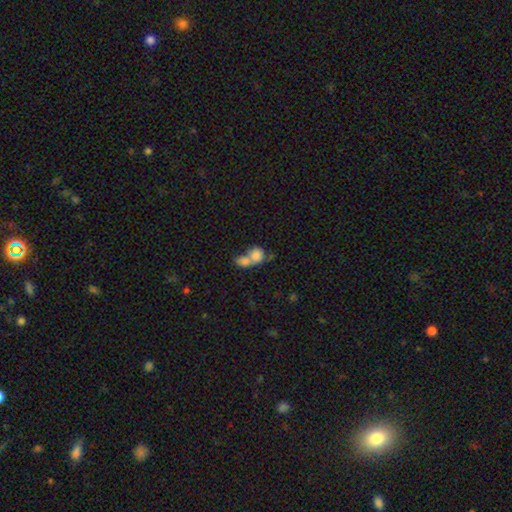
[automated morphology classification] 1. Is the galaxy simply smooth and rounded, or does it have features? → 79% smooth, 13% featured or disk, 8% star or artifact.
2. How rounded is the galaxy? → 56% round, 43% in between, 2% cigar-shaped.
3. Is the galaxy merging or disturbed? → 74% merger, 17% none, 5% minor disturbance, 4% major disturbance.